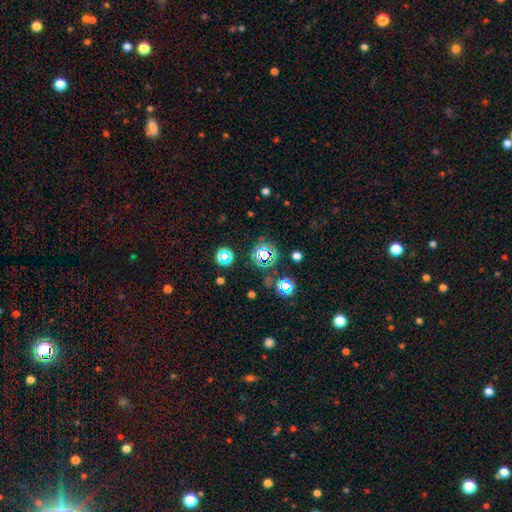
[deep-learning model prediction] The model was most divided on "smooth or featured": star or artifact: 56%, smooth: 34%, featured or disk: 10%.